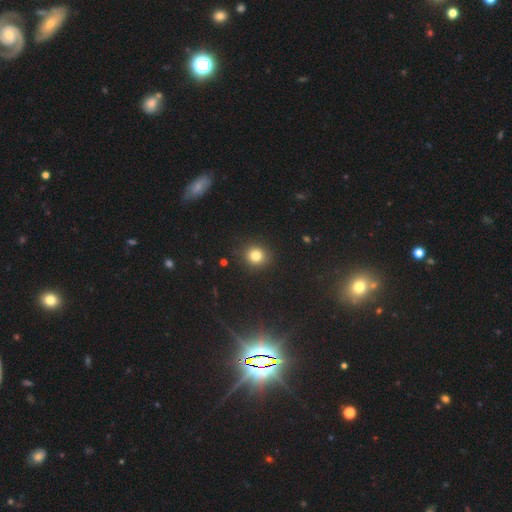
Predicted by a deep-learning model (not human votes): Overall: smooth (80%). How rounded: round (85%). Merging: none (89%).